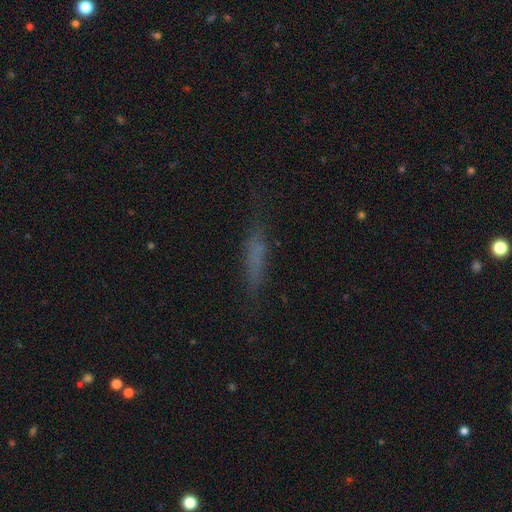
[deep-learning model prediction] Smooth or featured: smooth — 60% (featured or disk — 25%)
How rounded: cigar-shaped — 83% (in between — 14%)
Merging: none — 71% (minor disturbance — 19%)